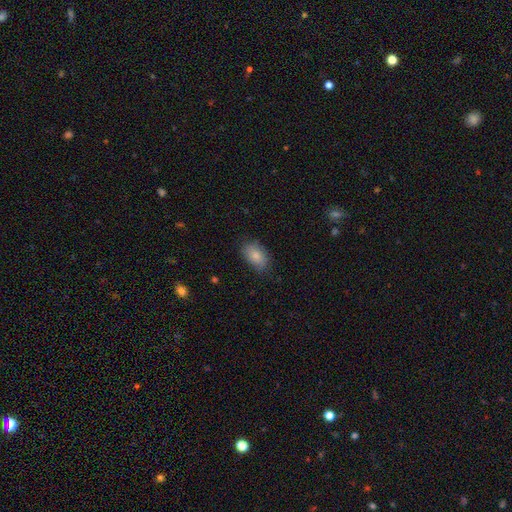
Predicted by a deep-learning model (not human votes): Morphology: type=smooth (84%); roundness=in between (90%); merging=none (75%).